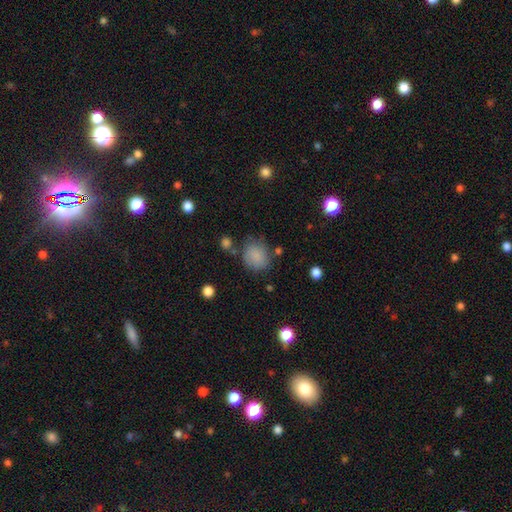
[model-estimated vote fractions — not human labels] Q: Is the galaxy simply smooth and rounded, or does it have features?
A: smooth — 82%.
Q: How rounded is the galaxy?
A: round — 72%.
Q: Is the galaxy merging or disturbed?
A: none — 67%.